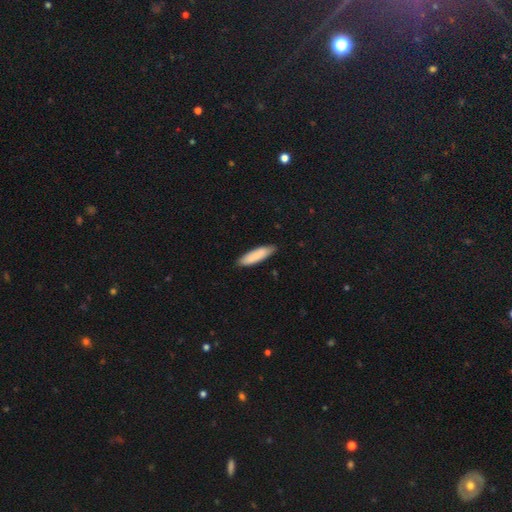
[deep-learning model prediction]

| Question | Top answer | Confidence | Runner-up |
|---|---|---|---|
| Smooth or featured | smooth | 86% | featured or disk (8%) |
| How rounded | cigar-shaped | 66% | in between (33%) |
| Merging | none | 84% | minor disturbance (13%) |